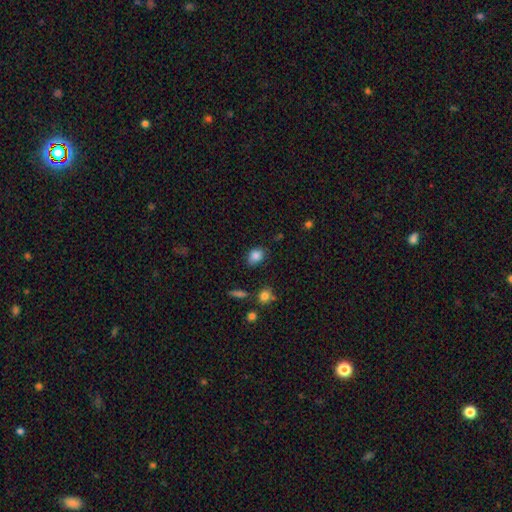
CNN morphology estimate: A smooth galaxy with no disk features (85%) that is in between round and cigar-shaped (62%). Merging: none (77%).